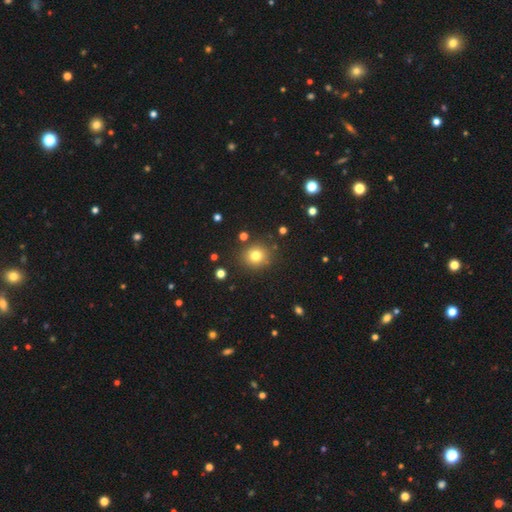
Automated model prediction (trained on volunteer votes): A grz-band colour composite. It shows a smooth galaxy with no disk features (78%) that is round (86%). Merging: none (87%).